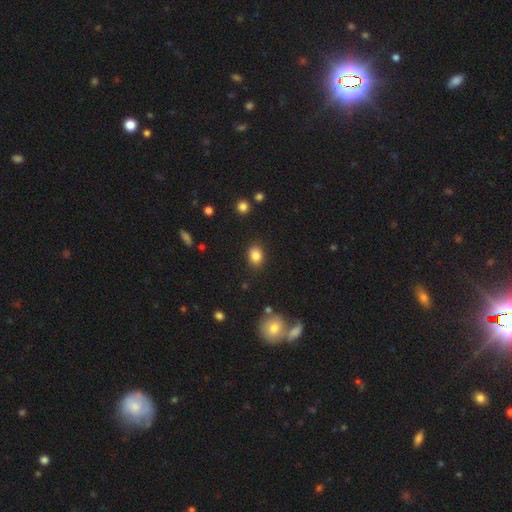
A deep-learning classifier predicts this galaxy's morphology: smooth-or-featured: smooth: 83% | star or artifact: 10% | featured or disk: 7%
  how-rounded: in between: 58% | round: 41% | cigar-shaped: 1%
  merging: none: 86% | minor disturbance: 10% | major disturbance: 3% | merger: 2%